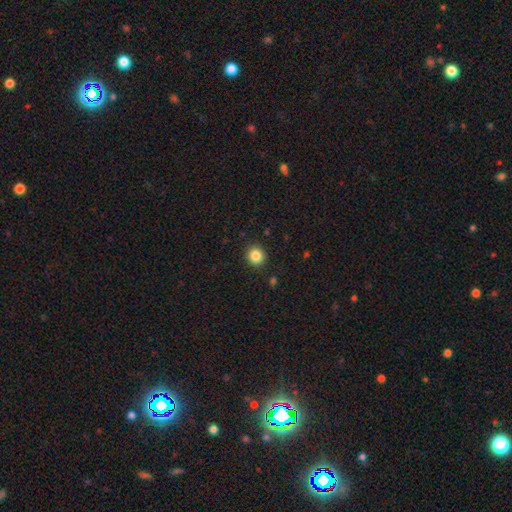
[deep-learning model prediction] This is clearly a smooth galaxy (85%). How rounded: clearly round (89%). Merging: clearly none (91%).